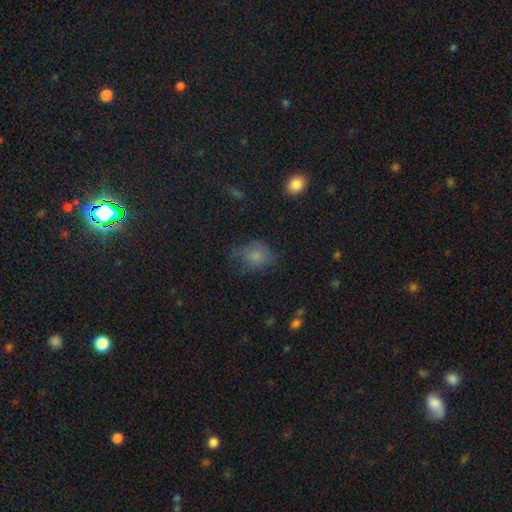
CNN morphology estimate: smooth_or_featured: smooth (p=0.78) [alt: star or artifact p=0.13]
how_rounded: round (p=0.54) [alt: in between p=0.44]
merging: none (p=0.59) [alt: minor disturbance p=0.27]